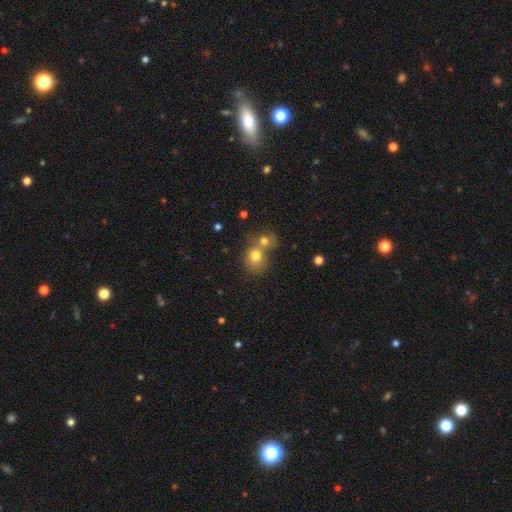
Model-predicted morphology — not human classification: Smooth or featured: smooth — 76% (featured or disk — 12%)
How rounded: round — 75% (in between — 24%)
Merging: merger — 54% (none — 35%)